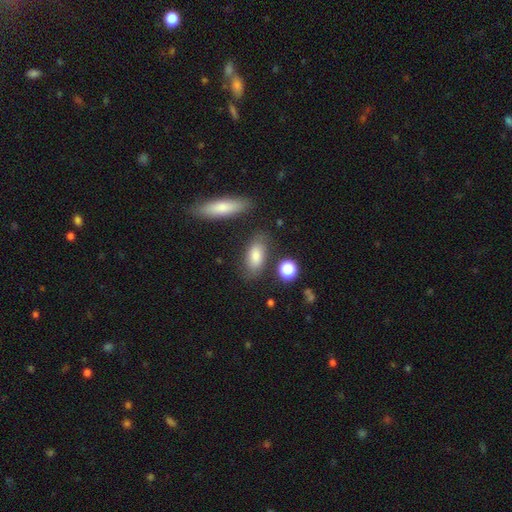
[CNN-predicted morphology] smooth-or-featured: smooth: 77% | featured or disk: 15% | star or artifact: 8%
  how-rounded: in between: 84% | cigar-shaped: 11% | round: 5%
  merging: none: 74% | minor disturbance: 15% | merger: 6% | major disturbance: 5%